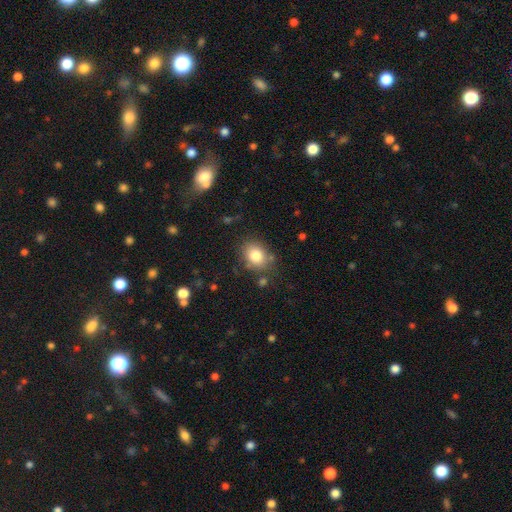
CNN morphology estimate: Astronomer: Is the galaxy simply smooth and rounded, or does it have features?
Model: smooth — 81%.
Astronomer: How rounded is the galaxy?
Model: round — 50% (runner-up: in between, 49%).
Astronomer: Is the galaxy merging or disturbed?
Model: none — 78%.